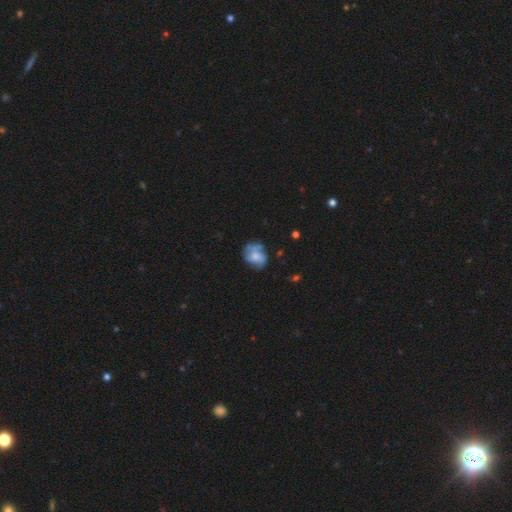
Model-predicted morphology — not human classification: featured or disk 61%, smooth 31%, star or artifact 8%. Down the decision tree: edge-on disk — no (98%); bar — no (74%); spiral arms — yes (81%); bulge size — moderate (44%); merging — none (59%).